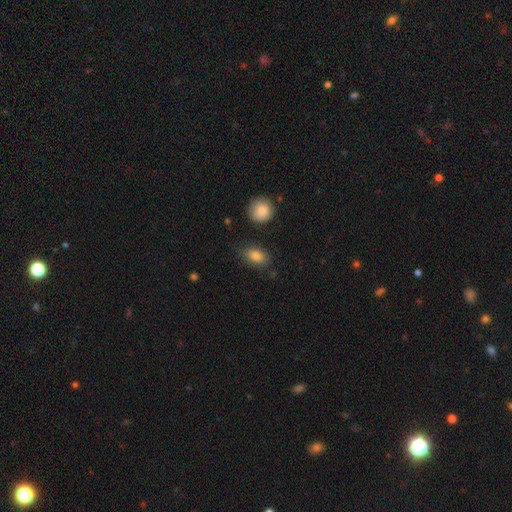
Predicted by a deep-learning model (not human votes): Smooth or featured? Predicted: smooth (p=0.84). How rounded? Predicted: in between (p=0.84). Merging? Predicted: none (p=0.79).